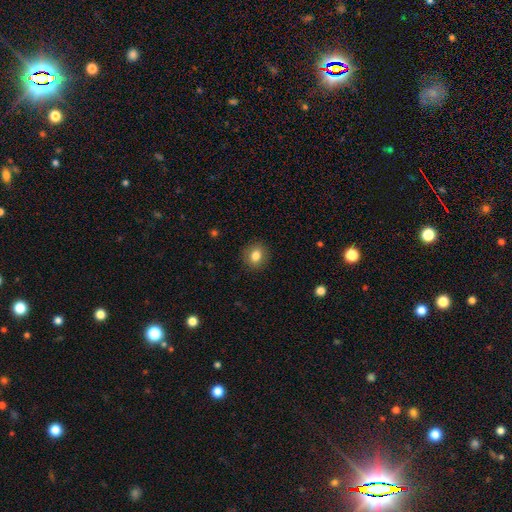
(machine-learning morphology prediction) This is clearly a smooth galaxy (83%). How rounded: likely round (72%). Merging: clearly none (89%).